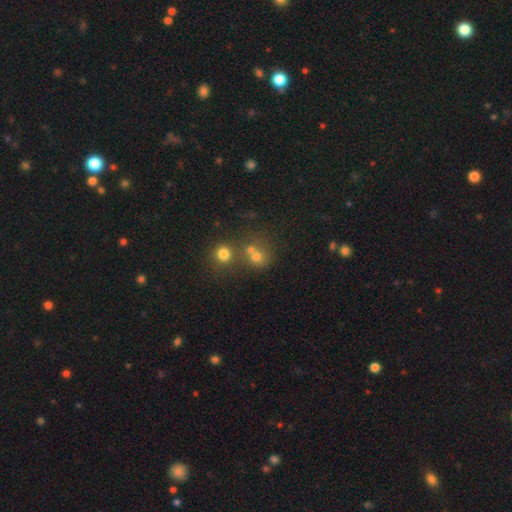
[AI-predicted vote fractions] Q: Smooth or featured?
A: smooth (64%); runner-up: star or artifact (23%)
Q: How rounded?
A: round (81%); runner-up: in between (17%)
Q: Merging?
A: none (45%); runner-up: merger (43%)